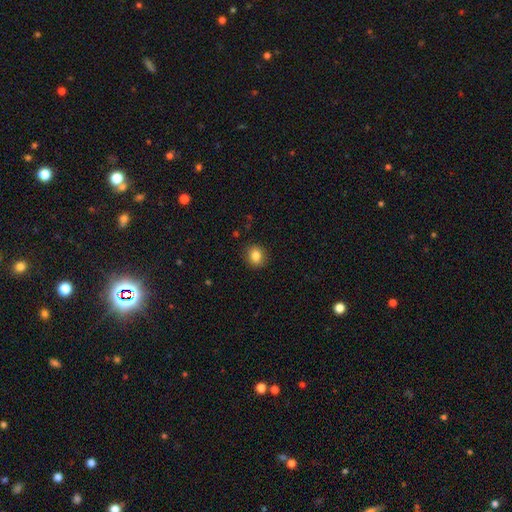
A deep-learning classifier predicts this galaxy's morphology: This appears to be a smooth galaxy with no disk features (84%) that is round (71%). Merging: none (89%).